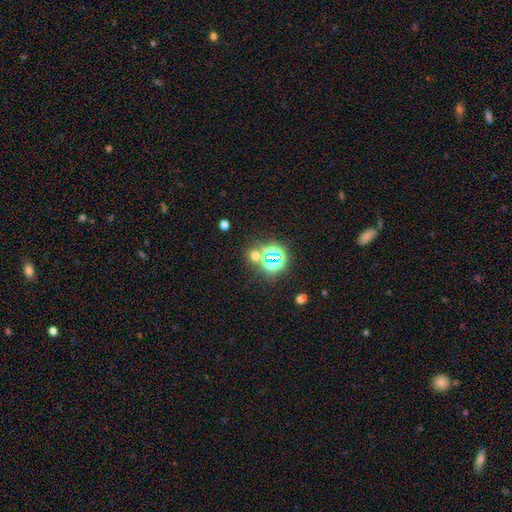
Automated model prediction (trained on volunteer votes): Q: Smooth or featured?
A: star or artifact (54%); runner-up: smooth (38%)